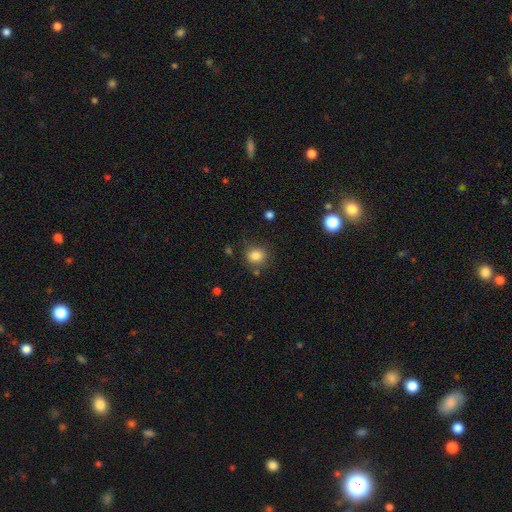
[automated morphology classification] Q: Smooth or featured?
A: smooth (84%); runner-up: star or artifact (11%)
Q: How rounded?
A: round (71%); runner-up: in between (28%)
Q: Merging?
A: none (76%); runner-up: minor disturbance (15%)